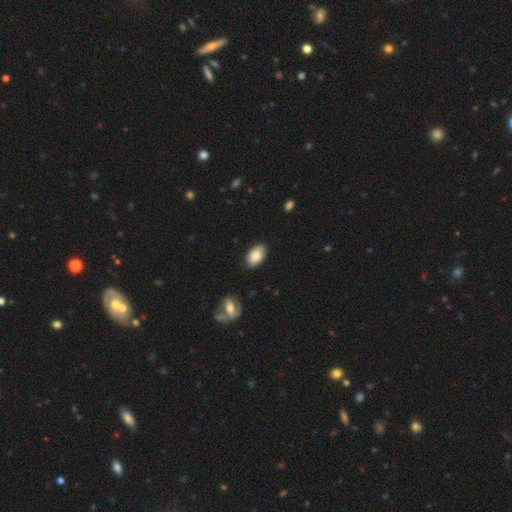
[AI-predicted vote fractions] Morphology: type=smooth (84%); roundness=in between (93%); merging=none (84%).